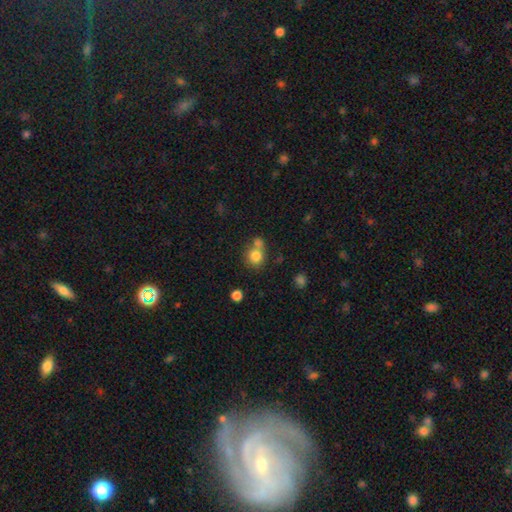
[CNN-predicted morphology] A smooth galaxy with no disk features (81%) that is round (83%). Merging: none (52%).